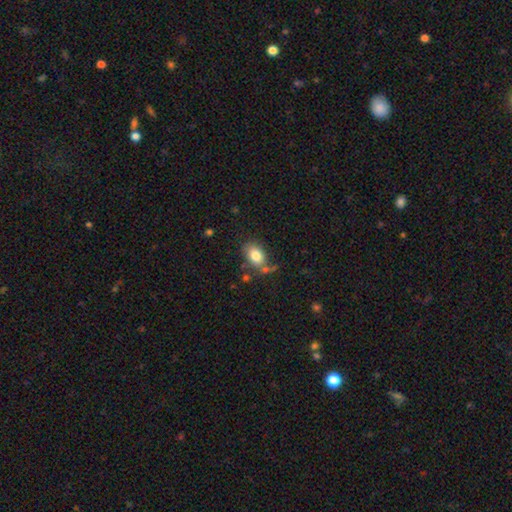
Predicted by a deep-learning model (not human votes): A smooth galaxy with no disk features (81%) that is in between round and cigar-shaped (82%).

Vote fractions:
- Smooth or featured? smooth: 81% / featured or disk: 10% / star or artifact: 8%
- How rounded? in between: 82% / round: 17% / cigar-shaped: 1%
- Merging? none: 63% / minor disturbance: 19% / merger: 12% / major disturbance: 7%